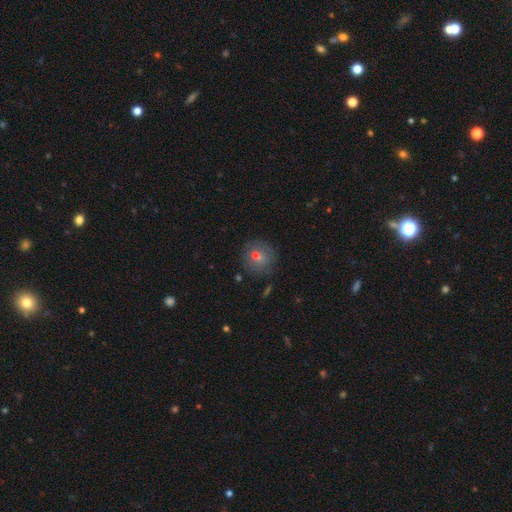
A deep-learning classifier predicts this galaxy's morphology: Smooth or featured?
  - smooth: 64% *
  - featured or disk: 22%
  - star or artifact: 14%
How rounded?
  - round: 87% *
  - in between: 12%
  - cigar-shaped: 1%
Merging?
  - none: 80% *
  - minor disturbance: 13%
  - major disturbance: 4%
  - merger: 3%